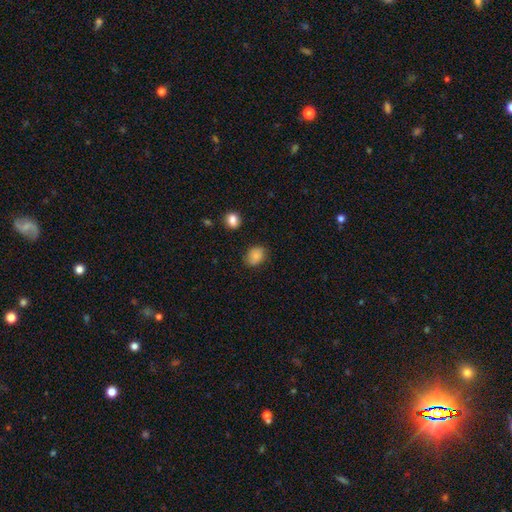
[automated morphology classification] Q: Smooth or featured?
A: smooth (84%); runner-up: star or artifact (9%)
Q: How rounded?
A: in between (59%); runner-up: round (40%)
Q: Merging?
A: none (78%); runner-up: minor disturbance (16%)